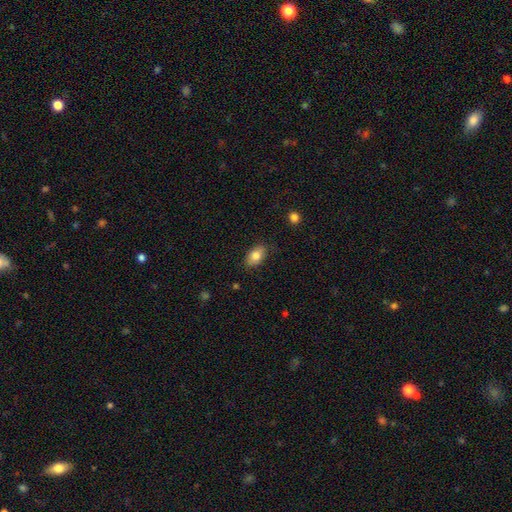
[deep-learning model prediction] Overall: smooth (81%). How rounded: in between (89%). Merging: none (82%).